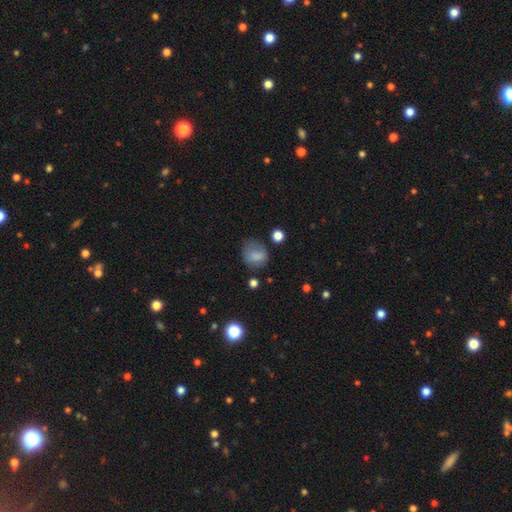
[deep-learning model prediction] Morphology: type=smooth (77%); roundness=round (59%); merging=none (55%).